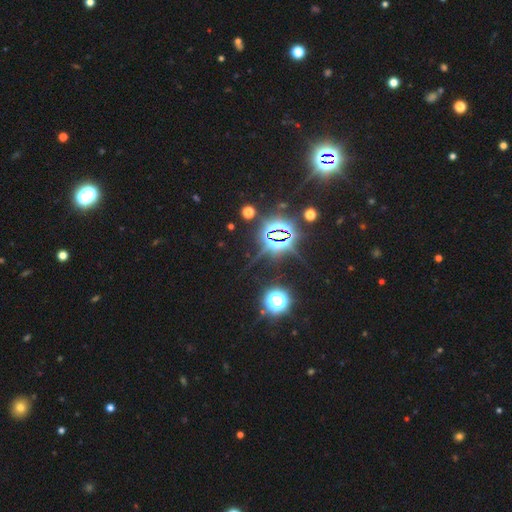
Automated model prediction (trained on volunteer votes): Morphology: type=star or artifact (83%).